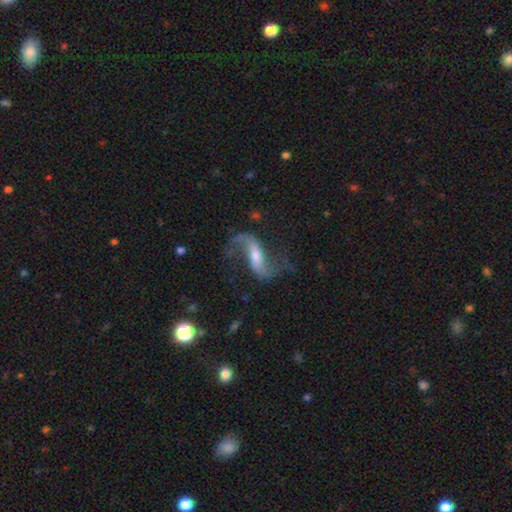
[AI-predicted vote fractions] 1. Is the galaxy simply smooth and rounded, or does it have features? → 85% featured or disk, 9% smooth, 6% star or artifact.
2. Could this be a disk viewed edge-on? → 92% no, 8% yes.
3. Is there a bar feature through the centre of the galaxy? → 40% weak, 39% strong, 21% no.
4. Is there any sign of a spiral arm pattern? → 96% yes, 4% no.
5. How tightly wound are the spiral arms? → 87% loose, 10% medium, 3% tight.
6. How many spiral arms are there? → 92% 2, 4% 1, 2% can't tell, 1% 3, 1% 4, 1% more than 4.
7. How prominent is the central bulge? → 42% moderate, 41% small, 9% none, 7% large, 2% dominant.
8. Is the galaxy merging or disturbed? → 68% none, 16% minor disturbance, 13% major disturbance, 3% merger.